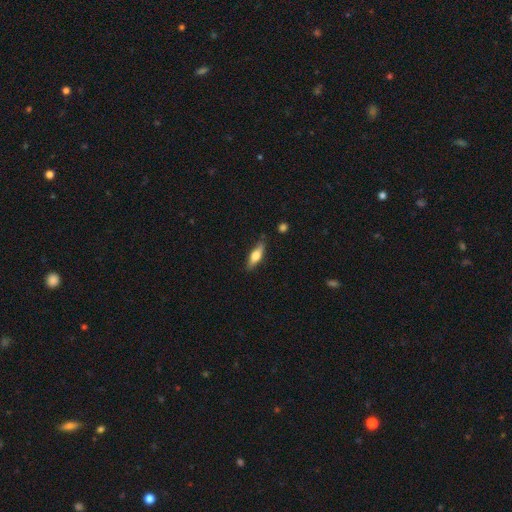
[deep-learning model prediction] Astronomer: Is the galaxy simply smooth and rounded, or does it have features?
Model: smooth — 56% (runner-up: featured or disk, 38%).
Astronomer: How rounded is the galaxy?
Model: cigar-shaped — 51% (runner-up: in between, 47%).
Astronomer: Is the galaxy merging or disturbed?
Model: none — 81%.